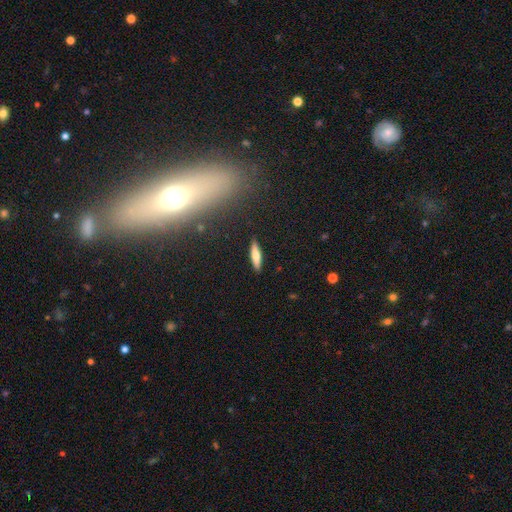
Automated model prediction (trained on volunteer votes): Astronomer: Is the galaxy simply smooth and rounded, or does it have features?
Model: smooth — 70%.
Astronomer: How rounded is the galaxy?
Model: cigar-shaped — 73%.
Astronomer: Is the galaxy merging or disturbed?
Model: none — 89%.